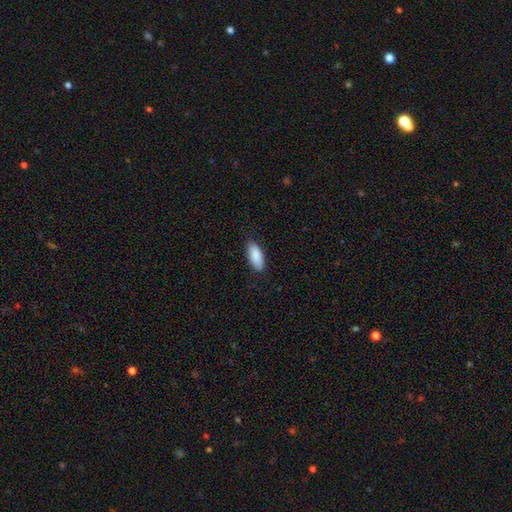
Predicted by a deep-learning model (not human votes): smooth-or-featured: smooth: 90% | star or artifact: 6% | featured or disk: 4%
  how-rounded: in between: 84% | cigar-shaped: 14% | round: 2%
  merging: none: 85% | minor disturbance: 12% | major disturbance: 2% | merger: 1%